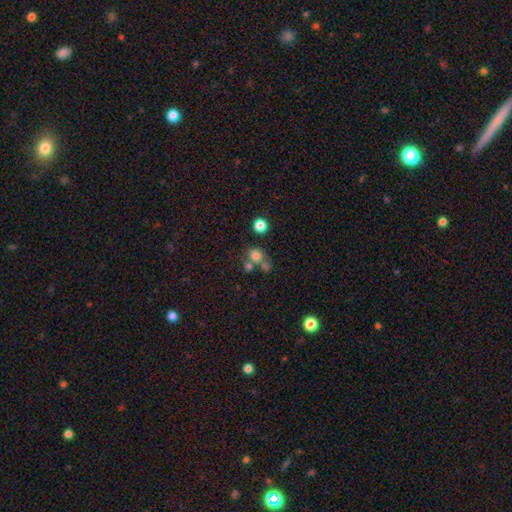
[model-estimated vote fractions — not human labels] A smooth galaxy with no disk features (72%) that is round (78%). Merging: none (45%).